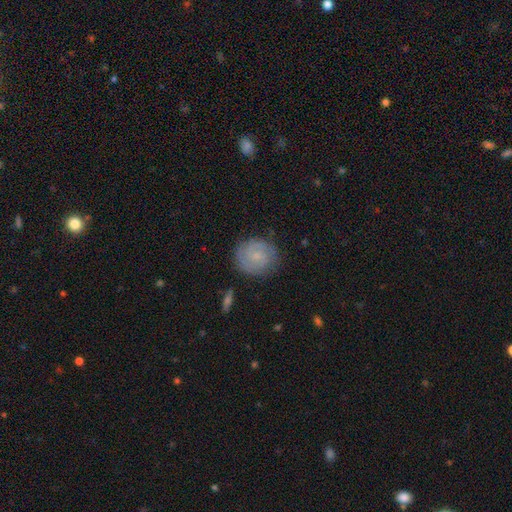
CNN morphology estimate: A featured or disk galaxy (64%) with no bar (66%), 2 (57%) tight (65%) spiral arms (92%) and a small central bulge (74%).

Vote fractions:
- Smooth or featured? featured or disk: 64% / smooth: 29% / star or artifact: 8%
- Edge-on disk? no: 98% / yes: 2%
- Bar? no: 66% / weak: 30% / strong: 4%
- Spiral arms? yes: 92% / no: 8%
- Spiral winding? tight: 65% / medium: 27% / loose: 8%
- Spiral arm count? 2: 57% / can't tell: 22% / 3: 10% / 1: 4% / 4: 3% / more than 4: 3%
- Bulge size? small: 74% / moderate: 15% / none: 9% / large: 1% / dominant: 1%
- Merging? none: 82% / minor disturbance: 13% / major disturbance: 4% / merger: 1%